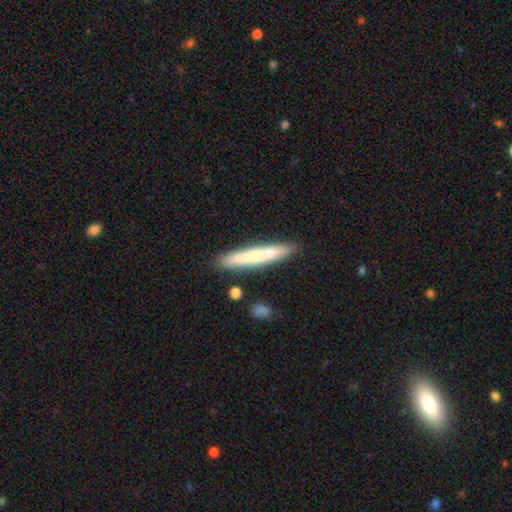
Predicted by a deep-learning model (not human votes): smooth_or_featured: smooth (p=0.64) [alt: featured or disk p=0.30]
how_rounded: cigar-shaped (p=0.94) [alt: in between p=0.05]
merging: none (p=0.85) [alt: minor disturbance p=0.10]